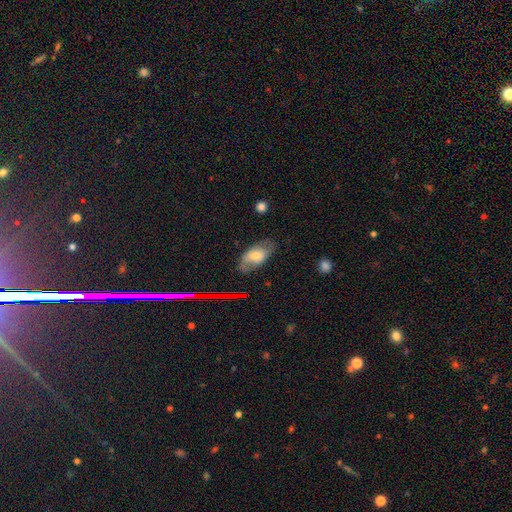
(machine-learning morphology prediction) Q: Smooth or featured?
A: smooth (61%); runner-up: featured or disk (31%)
Q: How rounded?
A: in between (91%); runner-up: round (5%)
Q: Merging?
A: none (66%); runner-up: minor disturbance (24%)